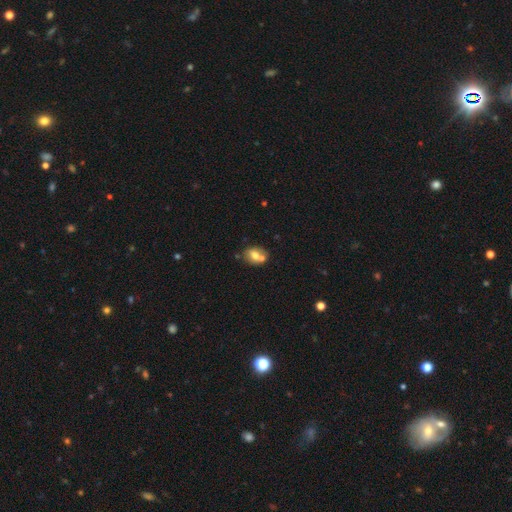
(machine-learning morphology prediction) Smooth or featured? smooth (69%)
How rounded? in between (56%)
Merging? none (47%)